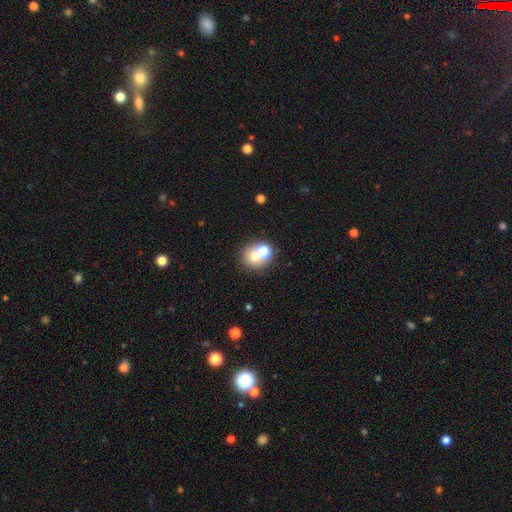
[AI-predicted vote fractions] smooth-or-featured: smooth: 65% | featured or disk: 20% | star or artifact: 15%
  how-rounded: round: 85% | in between: 14% | cigar-shaped: 1%
  merging: none: 48% | merger: 41% | minor disturbance: 7% | major disturbance: 4%